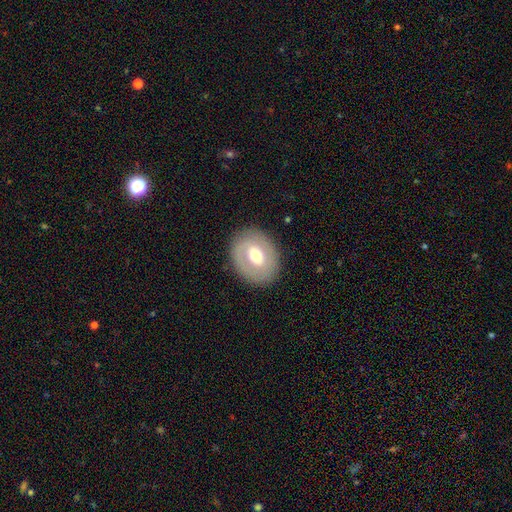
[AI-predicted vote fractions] Morphology: type=smooth (48%); merging=none (84%).